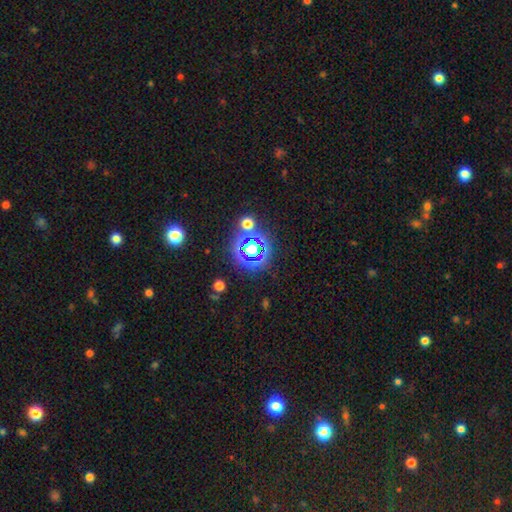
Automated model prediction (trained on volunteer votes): smooth-or-featured: star or artifact: 74% | smooth: 17% | featured or disk: 8%